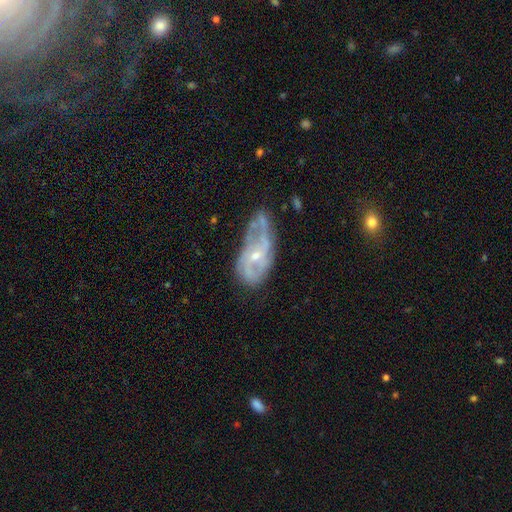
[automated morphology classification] A featured or disk galaxy (77%) with no bar (57%), 2 (47%) medium (43%) spiral arms (82%) and a small central bulge (67%). Merging: none (39%).